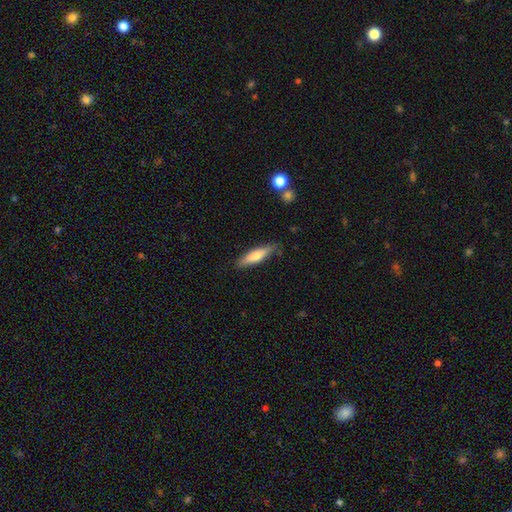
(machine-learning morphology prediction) Q: Smooth or featured?
A: smooth (66%); runner-up: featured or disk (28%)
Q: How rounded?
A: cigar-shaped (73%); runner-up: in between (26%)
Q: Merging?
A: none (81%); runner-up: minor disturbance (14%)